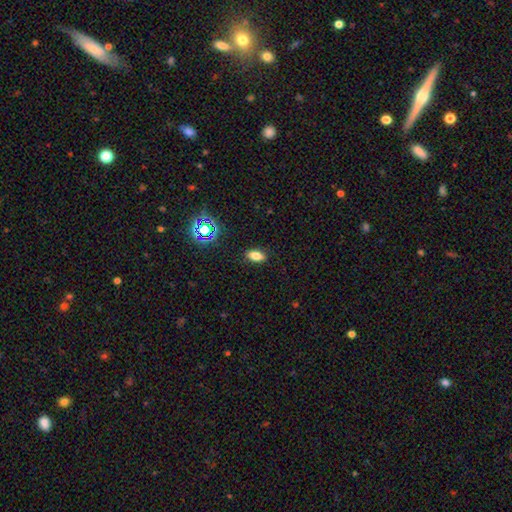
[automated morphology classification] A smooth galaxy with no disk features (74%) that is in between round and cigar-shaped (85%). Merging: none (88%).